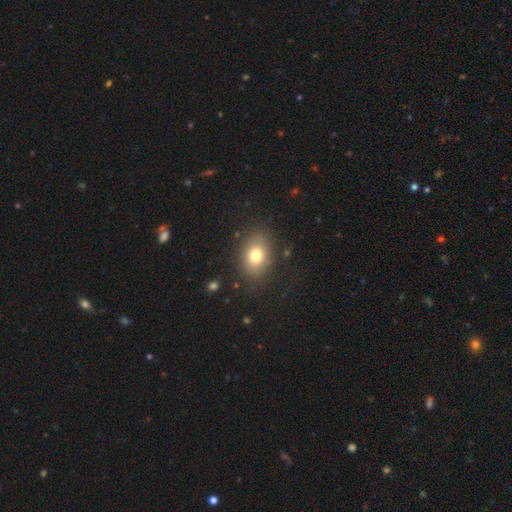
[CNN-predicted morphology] smooth_or_featured: smooth (p=0.77) [alt: featured or disk p=0.12]
how_rounded: in between (p=0.68) [alt: round p=0.31]
merging: none (p=0.82) [alt: minor disturbance p=0.12]